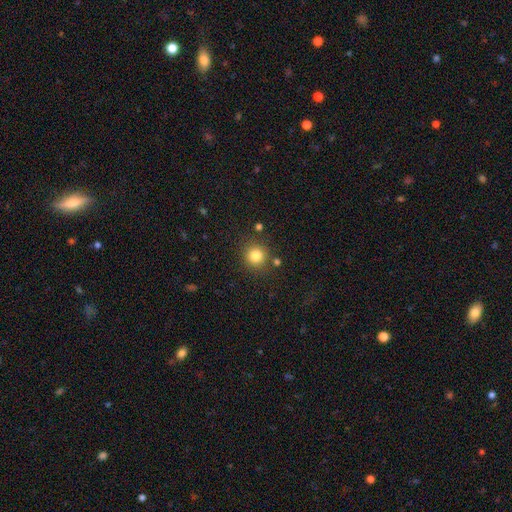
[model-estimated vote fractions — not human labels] smooth 82%, star or artifact 12%, featured or disk 6%. Down the decision tree: how rounded — round (92%); merging — none (84%).